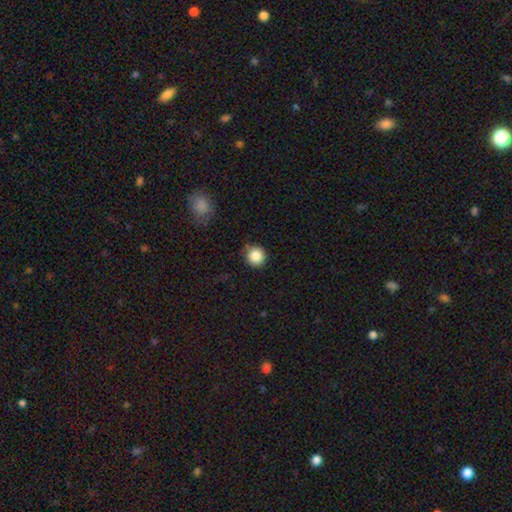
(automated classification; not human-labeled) Smooth or featured? Predicted: smooth (p=0.85). How rounded? Predicted: round (p=0.94). Merging? Predicted: none (p=0.84).